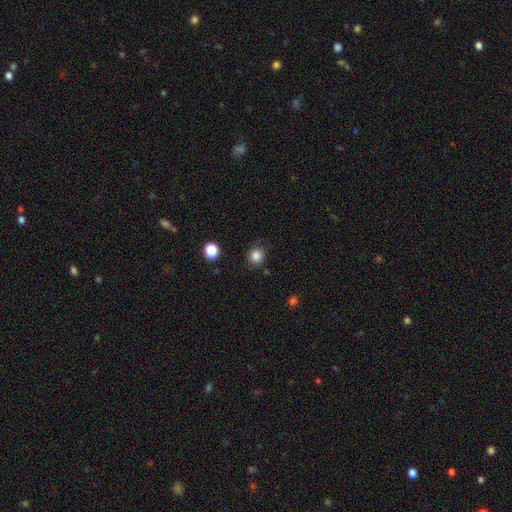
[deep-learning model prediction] smooth_or_featured: smooth (p=0.84) [alt: star or artifact p=0.12]
how_rounded: round (p=0.88) [alt: in between p=0.11]
merging: none (p=0.85) [alt: minor disturbance p=0.10]